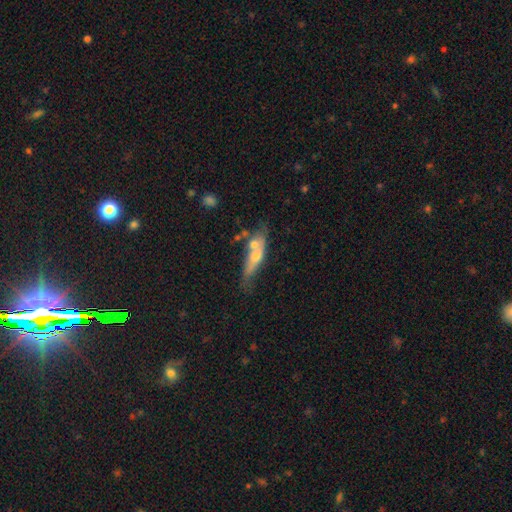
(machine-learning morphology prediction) smooth 48%, featured or disk 45%, star or artifact 7%. Down the decision tree: merging — none (41%).